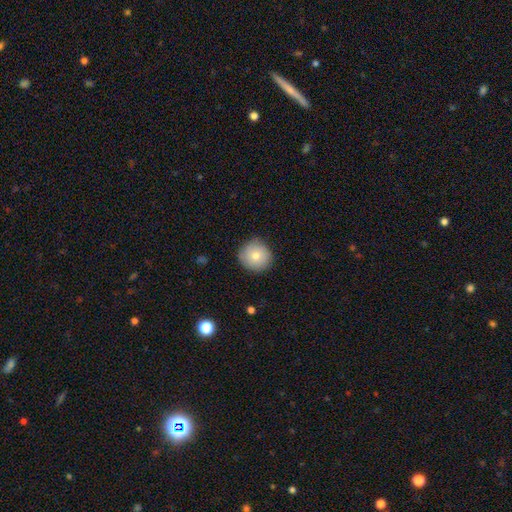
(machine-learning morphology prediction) Smooth or featured?
  - smooth: 77% *
  - featured or disk: 15%
  - star or artifact: 8%
How rounded?
  - round: 93% *
  - in between: 6%
  - cigar-shaped: 1%
Merging?
  - none: 86% *
  - minor disturbance: 10%
  - major disturbance: 2%
  - merger: 1%